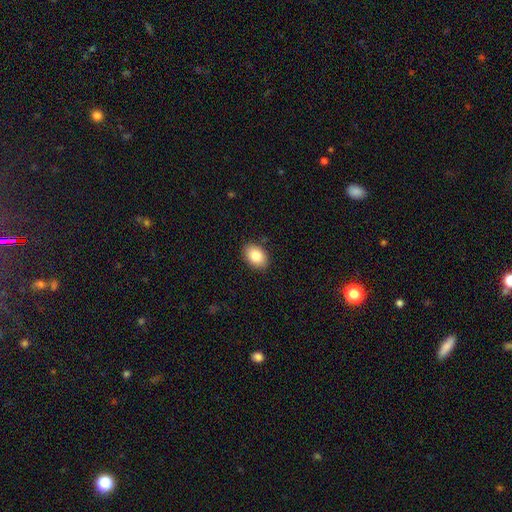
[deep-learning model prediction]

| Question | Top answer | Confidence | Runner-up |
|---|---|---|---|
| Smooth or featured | smooth | 85% | featured or disk (8%) |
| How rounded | in between | 86% | round (13%) |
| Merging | none | 88% | minor disturbance (9%) |